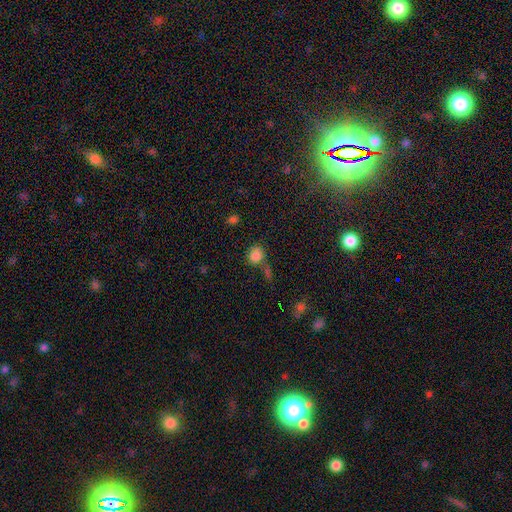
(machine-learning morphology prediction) This is clearly a smooth galaxy (81%). How rounded: likely round (73%). Merging: possibly none (50%).